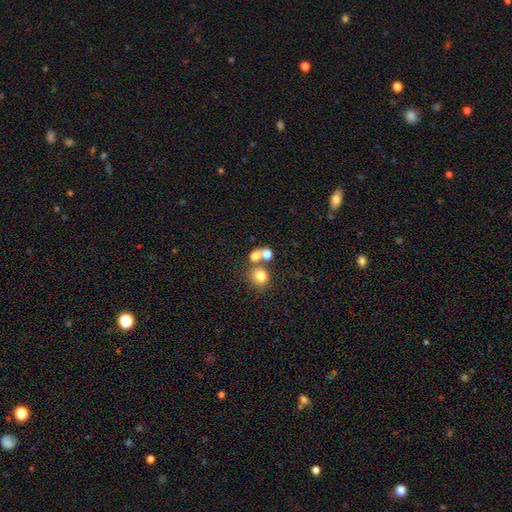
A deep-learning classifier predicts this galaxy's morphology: This is likely a smooth galaxy (72%). How rounded: likely round (73%). Merging: possibly merger (48%).